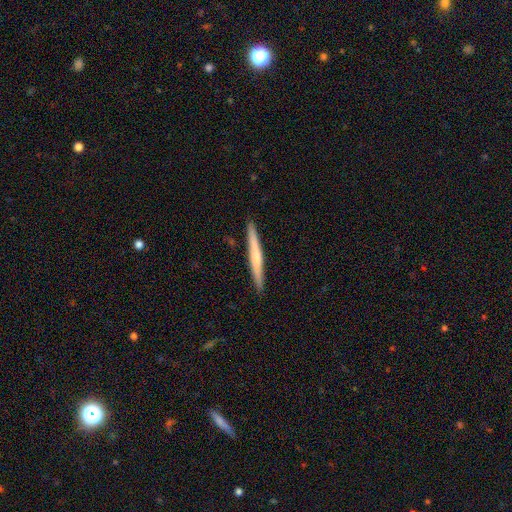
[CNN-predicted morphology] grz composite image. It shows a smooth galaxy with no disk features (51%) that is cigar-shaped (97%). Merging: none (91%).